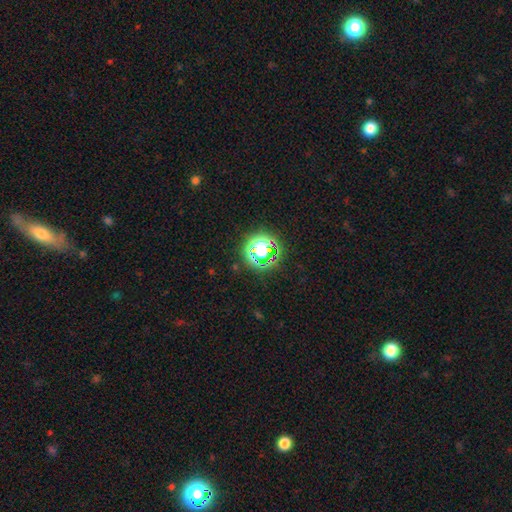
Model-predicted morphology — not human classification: smooth-or-featured: star or artifact: 69% | smooth: 23% | featured or disk: 8%